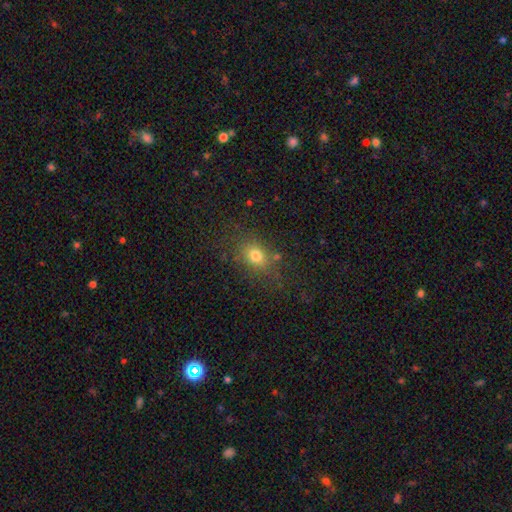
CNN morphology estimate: Smooth or featured? smooth (75%)
How rounded? in between (58%)
Merging? none (76%)